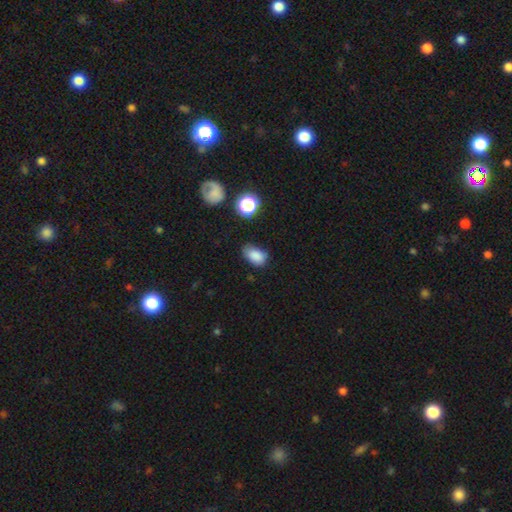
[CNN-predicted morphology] This is clearly a smooth galaxy (83%). How rounded: clearly in between (86%). Merging: likely none (64%).